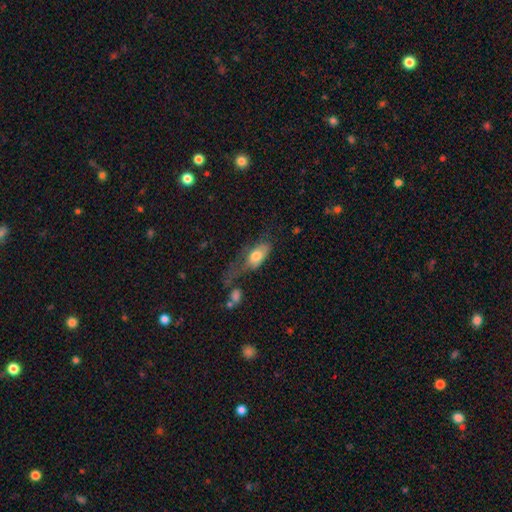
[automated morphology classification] This appears to be a smooth galaxy with no disk features (71%) that is in between round and cigar-shaped (86%). Merging: major disturbance (43%).